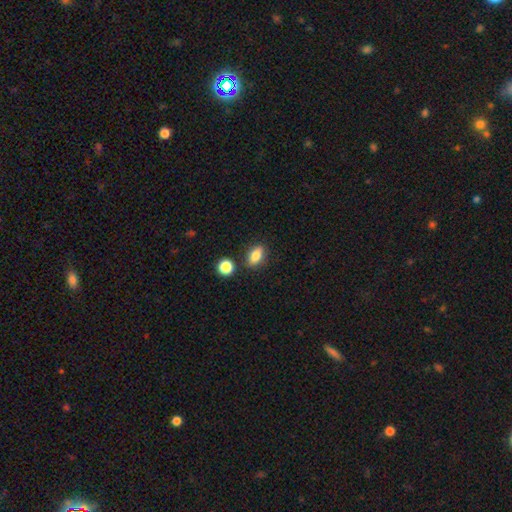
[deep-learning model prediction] This is likely a smooth galaxy (79%). How rounded: likely in between (79%). Merging: clearly none (82%).